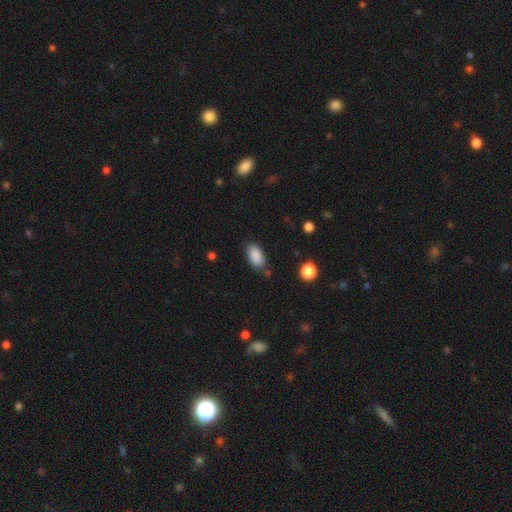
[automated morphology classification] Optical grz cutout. It shows a smooth galaxy with no disk features (88%) that is in between round and cigar-shaped (92%). Merging: none (80%).